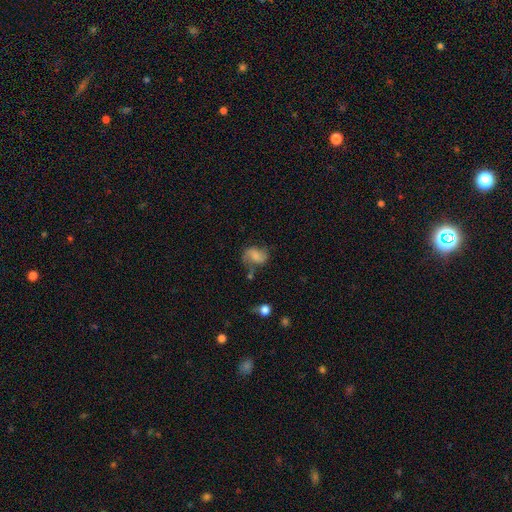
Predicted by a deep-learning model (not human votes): smooth-or-featured: smooth: 55% | featured or disk: 34% | star or artifact: 10%
  how-rounded: in between: 71% | round: 27% | cigar-shaped: 2%
  merging: none: 50% | minor disturbance: 27% | major disturbance: 16% | merger: 8%